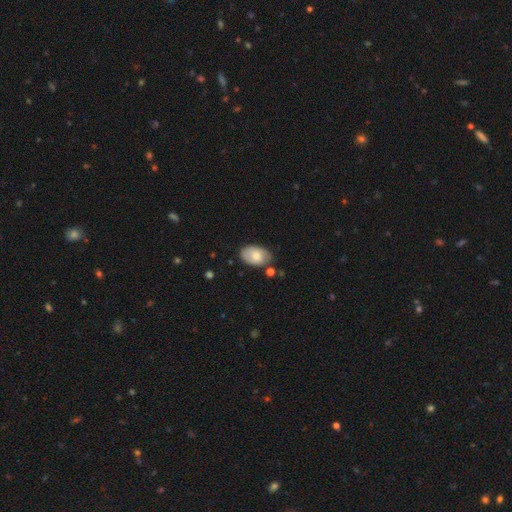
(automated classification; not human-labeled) smooth_or_featured: smooth (p=0.75) [alt: featured or disk p=0.18]
how_rounded: in between (p=0.90) [alt: round p=0.08]
merging: none (p=0.71) [alt: minor disturbance p=0.20]